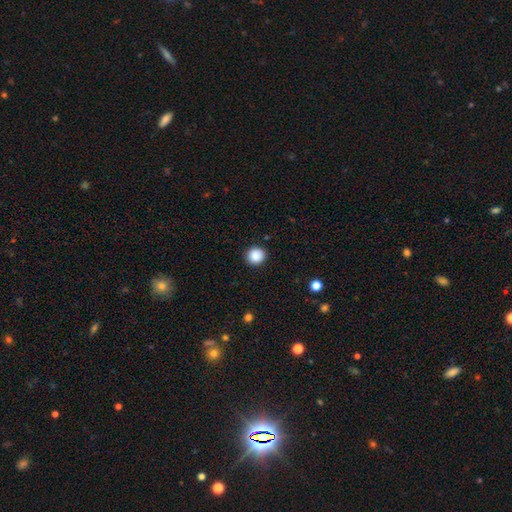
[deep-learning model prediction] Smooth or featured: smooth — 88% (star or artifact — 9%)
How rounded: round — 91% (in between — 8%)
Merging: none — 92% (minor disturbance — 6%)